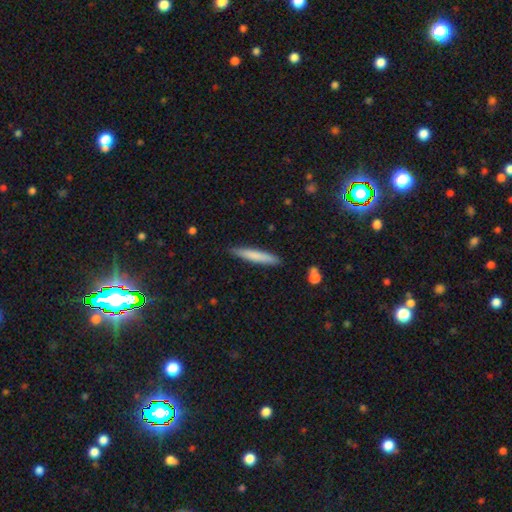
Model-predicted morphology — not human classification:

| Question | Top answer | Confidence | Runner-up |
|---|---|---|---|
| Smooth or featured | smooth | 76% | featured or disk (19%) |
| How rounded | cigar-shaped | 94% | in between (5%) |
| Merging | none | 88% | minor disturbance (9%) |